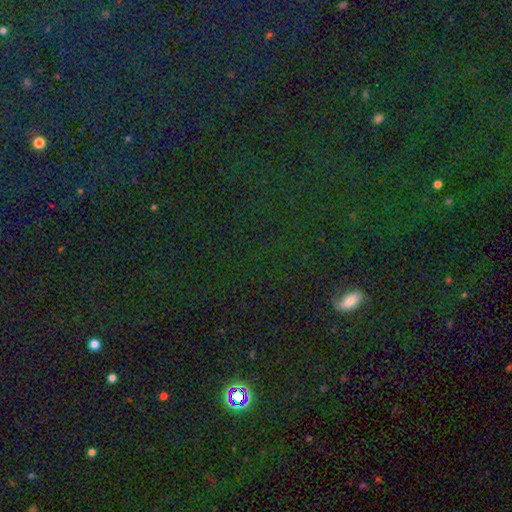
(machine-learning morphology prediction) Smooth or featured: star or artifact — 67% (smooth — 23%)